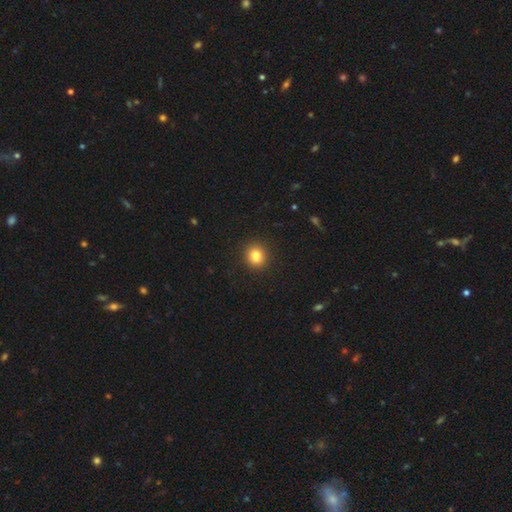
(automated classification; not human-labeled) This appears to be a smooth galaxy with no disk features (83%) that is round (75%). Merging: none (87%).